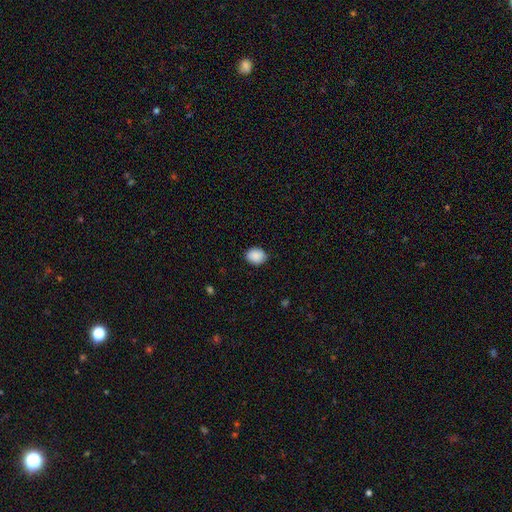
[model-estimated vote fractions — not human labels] Smooth or featured? Predicted: smooth (p=0.88). How rounded? Predicted: round (p=0.57). Merging? Predicted: none (p=0.83).